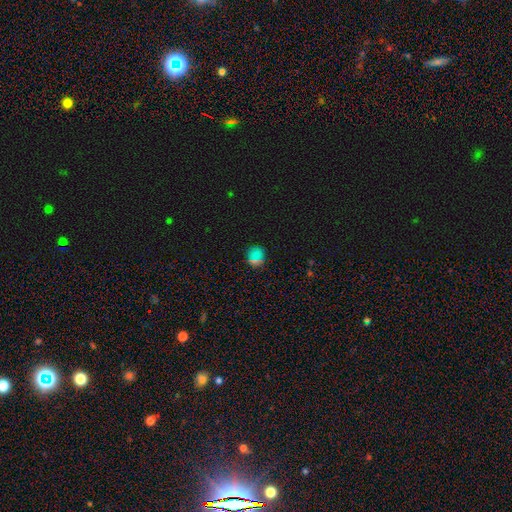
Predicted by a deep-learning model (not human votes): Smooth or featured?
  - smooth: 65% *
  - star or artifact: 28%
  - featured or disk: 7%
How rounded?
  - round: 88% *
  - in between: 11%
  - cigar-shaped: 2%
Merging?
  - none: 83% *
  - minor disturbance: 9%
  - merger: 4%
  - major disturbance: 3%